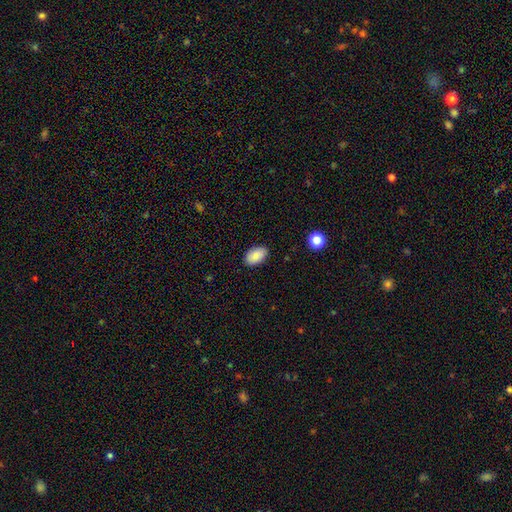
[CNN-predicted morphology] A smooth galaxy with no disk features (88%) that is in between round and cigar-shaped (93%).

Vote fractions:
- Smooth or featured? smooth: 88% / star or artifact: 7% / featured or disk: 5%
- How rounded? in between: 93% / round: 6% / cigar-shaped: 1%
- Merging? none: 87% / minor disturbance: 10% / major disturbance: 2% / merger: 1%